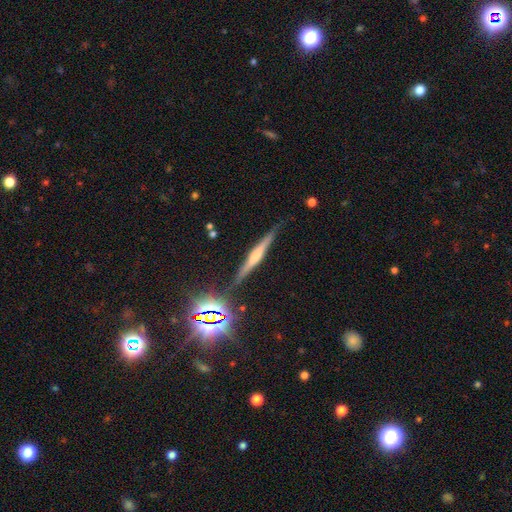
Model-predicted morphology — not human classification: Smooth or featured: featured or disk — 58% (smooth — 26%)
Edge-on disk: yes — 96% (no — 4%)
Edge-on bulge: rounded — 56% (boxy — 22%)
Merging: none — 86% (minor disturbance — 9%)